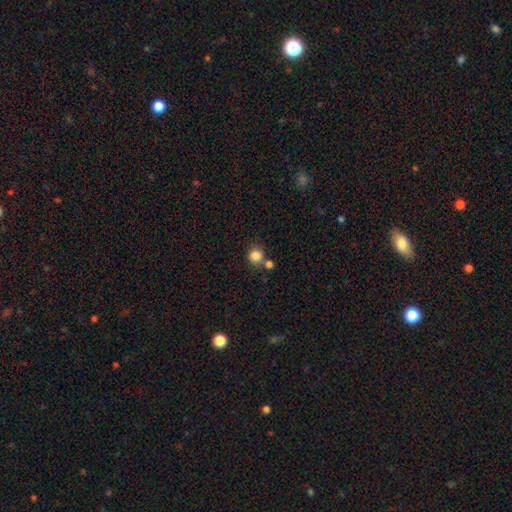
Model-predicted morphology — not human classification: smooth_or_featured: smooth (p=0.84) [alt: star or artifact p=0.11]
how_rounded: round (p=0.90) [alt: in between p=0.09]
merging: none (p=0.68) [alt: merger p=0.19]